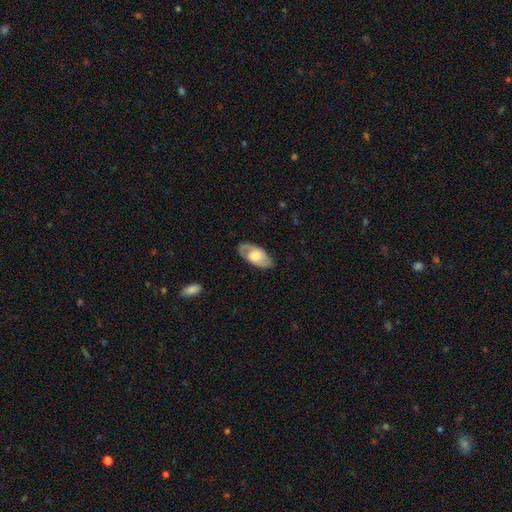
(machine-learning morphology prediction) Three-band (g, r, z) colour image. It shows a featured or disk galaxy (49%). Merging: none (76%).